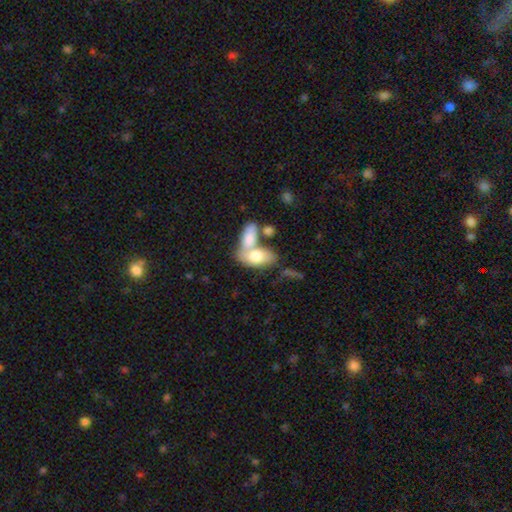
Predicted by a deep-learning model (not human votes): A smooth galaxy with no disk features (74%) that is in between round and cigar-shaped (89%). Merging: merger (58%).